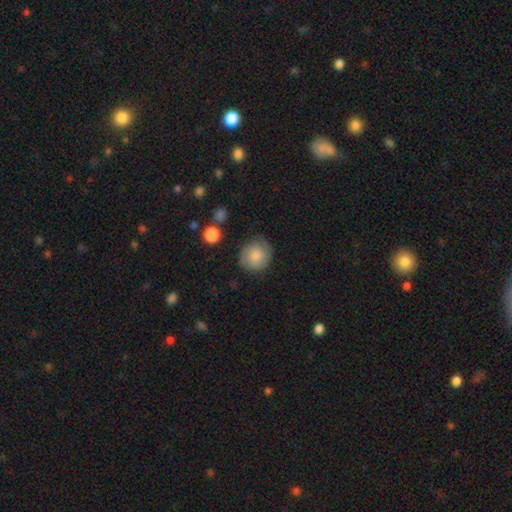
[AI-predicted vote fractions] Smooth or featured? Predicted: smooth (p=0.71). How rounded? Predicted: round (p=0.83). Merging? Predicted: none (p=0.75).